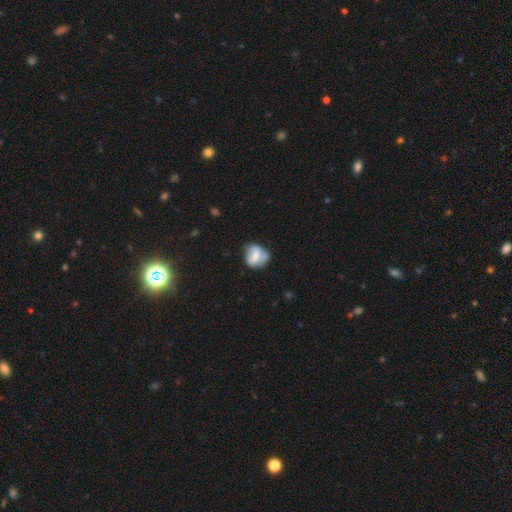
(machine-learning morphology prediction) The model was most divided on "smooth or featured": smooth: 55%, featured or disk: 37%, star or artifact: 8%. Remaining: how rounded — round (64%); merging — none (50%).